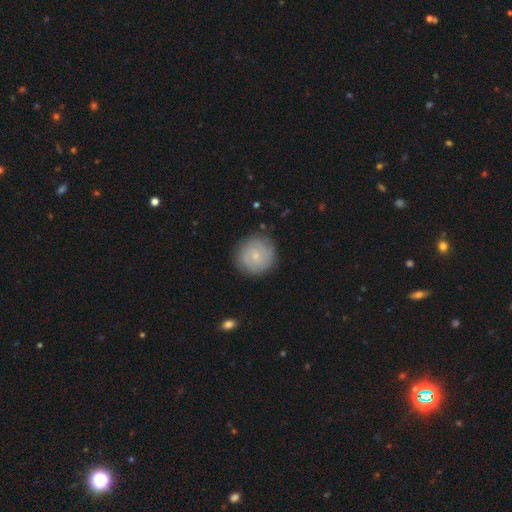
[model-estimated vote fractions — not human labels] Overall: featured or disk (54%; smooth 39%). Edge-on disk: no (98%). Bar: no (69%). Spiral arms: yes (87%). Bulge size: small (78%). Merging: none (85%).